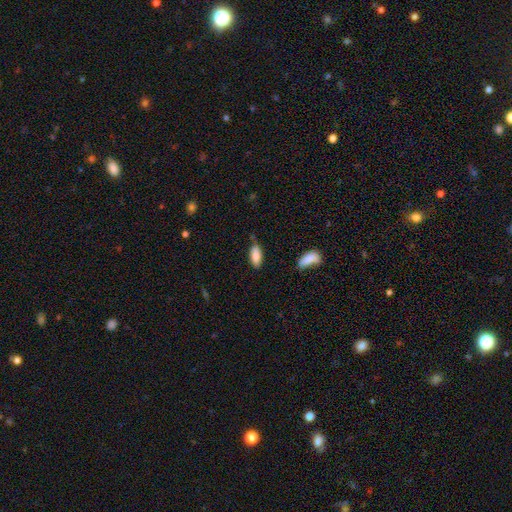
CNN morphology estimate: The model was most divided on "merging": none: 71%, minor disturbance: 20%, merger: 5%, major disturbance: 4%. More confident: smooth or featured — smooth (86%); how rounded — in between (82%).